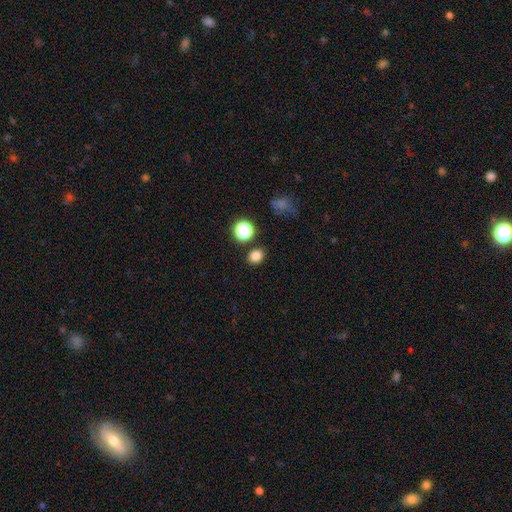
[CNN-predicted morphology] Overall: smooth (81%). How rounded: round (56%; in between 43%). Merging: none (85%).